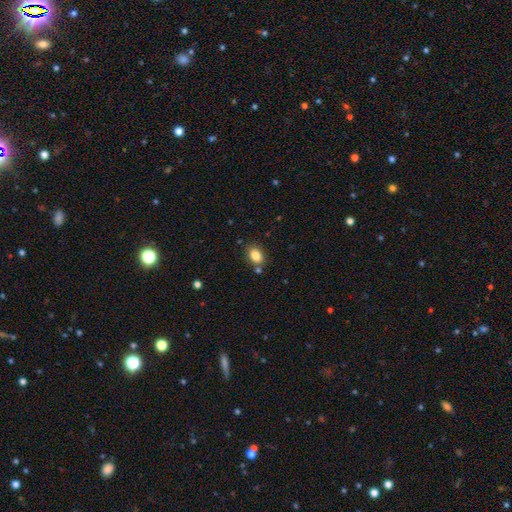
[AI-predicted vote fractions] This appears to be a smooth galaxy with no disk features (84%) that is in between round and cigar-shaped (75%). Merging: none (78%).